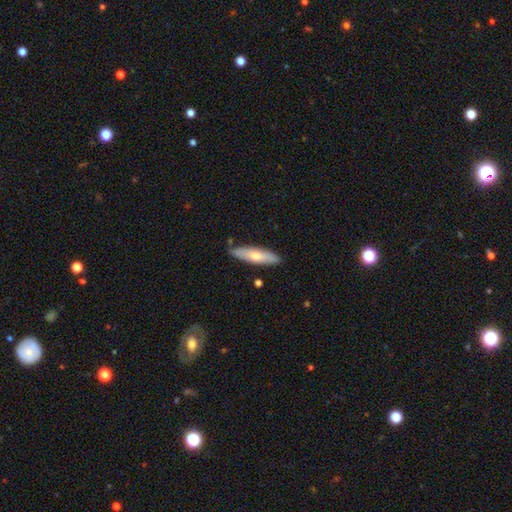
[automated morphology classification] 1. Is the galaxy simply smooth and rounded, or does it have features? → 60% smooth, 35% featured or disk, 6% star or artifact.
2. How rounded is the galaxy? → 66% cigar-shaped, 32% in between, 2% round.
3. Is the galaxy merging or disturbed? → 84% none, 12% minor disturbance, 3% merger, 2% major disturbance.